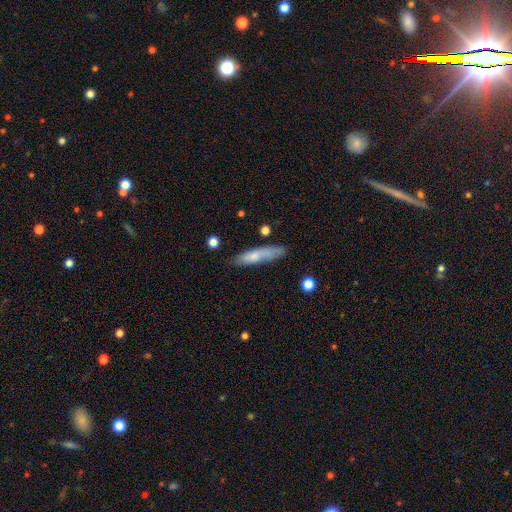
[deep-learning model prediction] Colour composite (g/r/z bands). It shows a smooth galaxy with no disk features (69%) that is cigar-shaped (79%). Merging: none (71%).